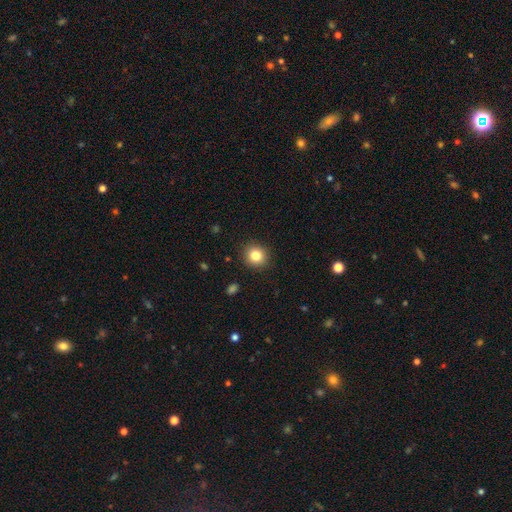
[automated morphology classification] Smooth or featured?
  - smooth: 82% *
  - star or artifact: 11%
  - featured or disk: 7%
How rounded?
  - round: 89% *
  - in between: 10%
  - cigar-shaped: 1%
Merging?
  - none: 91% *
  - minor disturbance: 6%
  - major disturbance: 2%
  - merger: 1%